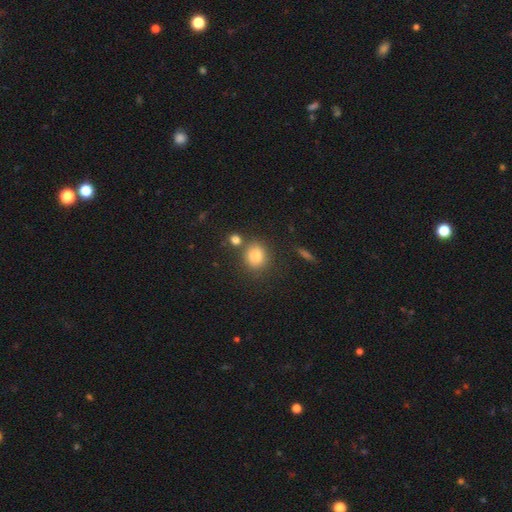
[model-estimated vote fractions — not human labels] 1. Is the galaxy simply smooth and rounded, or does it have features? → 81% smooth, 11% star or artifact, 7% featured or disk.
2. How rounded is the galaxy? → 81% round, 18% in between, 1% cigar-shaped.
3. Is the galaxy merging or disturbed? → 72% none, 13% merger, 12% minor disturbance, 4% major disturbance.